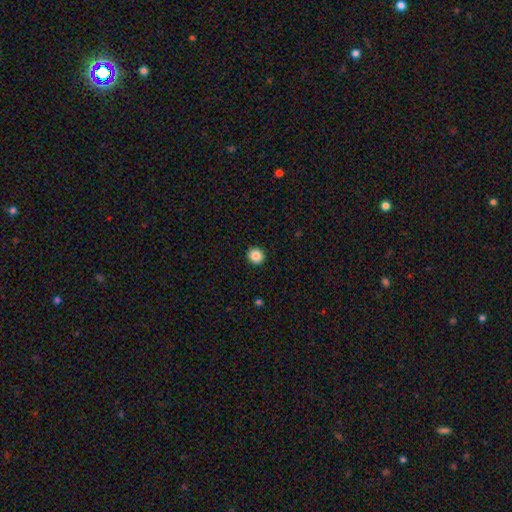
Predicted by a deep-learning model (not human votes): This appears to be a smooth galaxy with no disk features (87%) that is round (90%). Merging: none (93%).